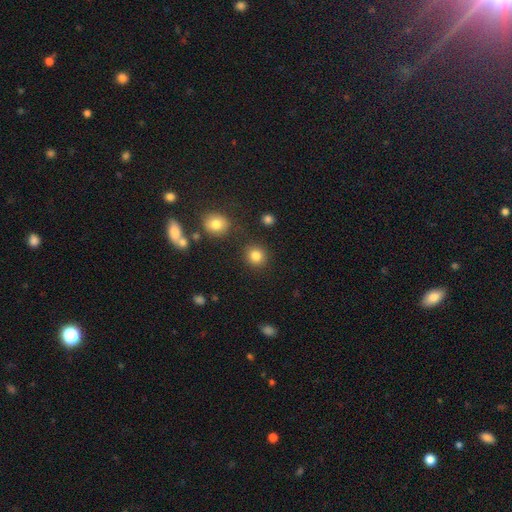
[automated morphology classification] Overall: smooth (83%). How rounded: round (90%). Merging: none (87%).